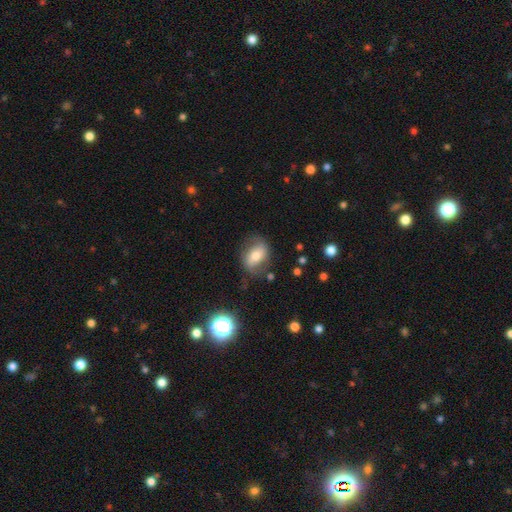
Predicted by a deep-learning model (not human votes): A smooth galaxy with no disk features (50%).

Vote fractions:
- Smooth or featured? smooth: 50% / featured or disk: 41% / star or artifact: 10%
- Merging? none: 68% / minor disturbance: 20% / major disturbance: 9% / merger: 3%